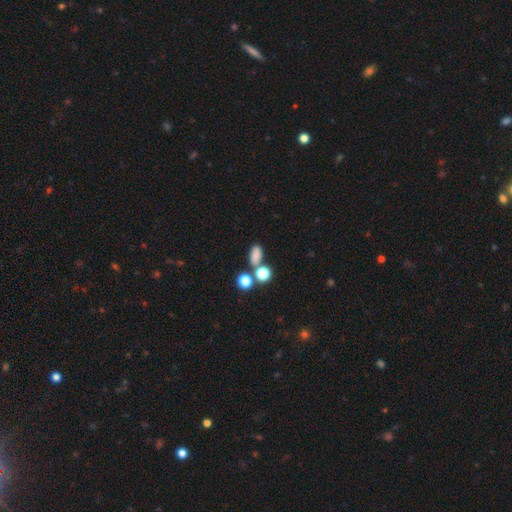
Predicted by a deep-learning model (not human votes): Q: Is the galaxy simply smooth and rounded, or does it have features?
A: smooth — 79%.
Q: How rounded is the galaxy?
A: in between — 80%.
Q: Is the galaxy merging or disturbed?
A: none — 58%.